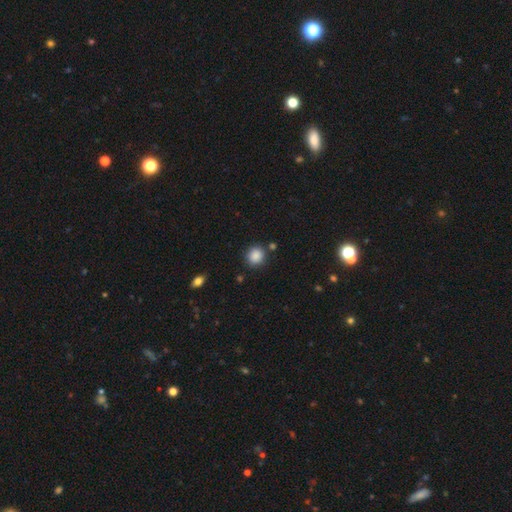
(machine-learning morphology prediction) type=smooth (87%); roundness=round (86%); merging=none (83%).